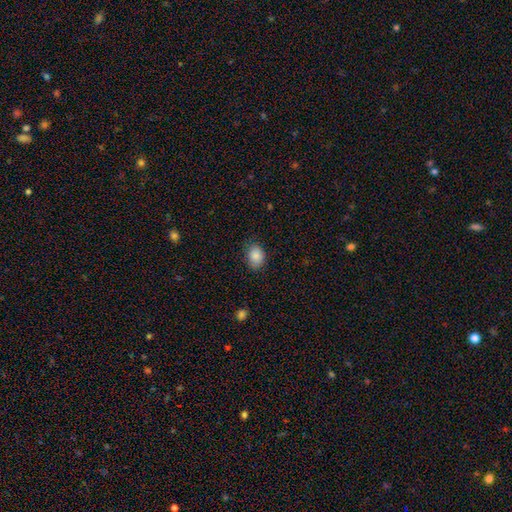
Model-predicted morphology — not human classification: The model was most divided on "how rounded": in between: 70%, round: 29%, cigar-shaped: 1%. More confident: smooth or featured — smooth (88%); merging — none (80%).